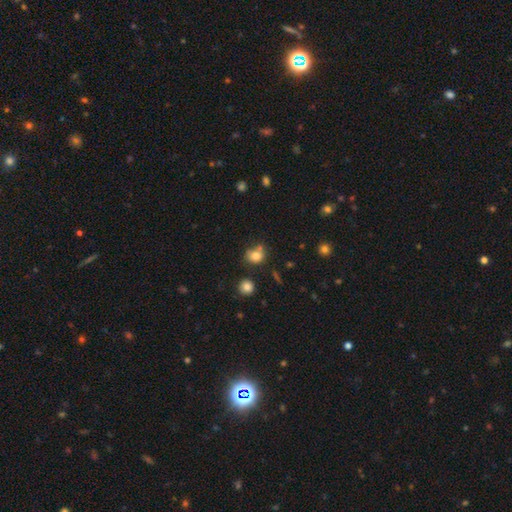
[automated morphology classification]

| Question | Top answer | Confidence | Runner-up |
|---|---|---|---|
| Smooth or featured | smooth | 79% | star or artifact (12%) |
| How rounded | round | 67% | in between (32%) |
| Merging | none | 55% | minor disturbance (22%) |